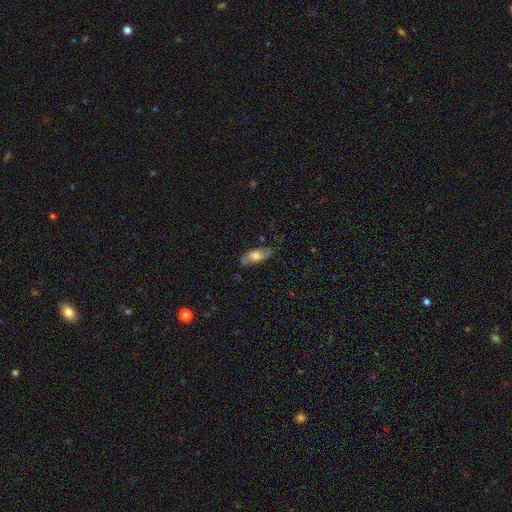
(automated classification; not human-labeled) A smooth galaxy with no disk features (51%) that is in between round and cigar-shaped (79%).

Vote fractions:
- Smooth or featured? smooth: 51% / featured or disk: 41% / star or artifact: 8%
- How rounded? in between: 79% / cigar-shaped: 16% / round: 5%
- Merging? none: 55% / minor disturbance: 29% / major disturbance: 10% / merger: 5%